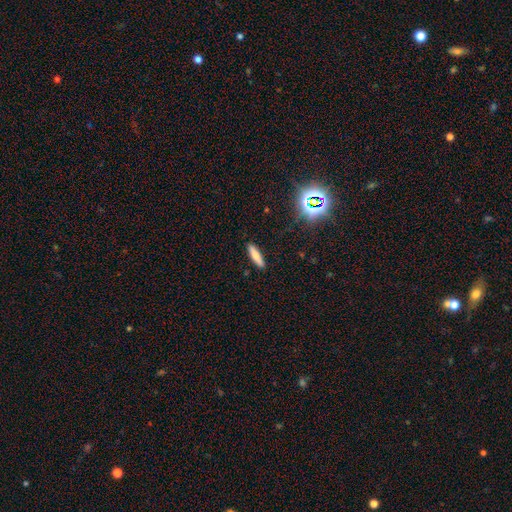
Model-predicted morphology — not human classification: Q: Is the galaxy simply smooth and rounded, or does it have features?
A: smooth — 71%.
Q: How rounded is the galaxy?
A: cigar-shaped — 75%.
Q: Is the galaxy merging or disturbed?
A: none — 90%.